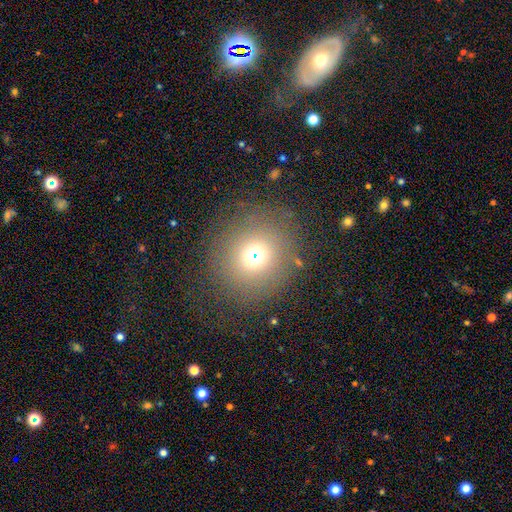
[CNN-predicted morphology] The model was most divided on "smooth or featured": smooth: 65%, star or artifact: 23%, featured or disk: 12%. More confident: how rounded — round (91%); merging — none (81%).